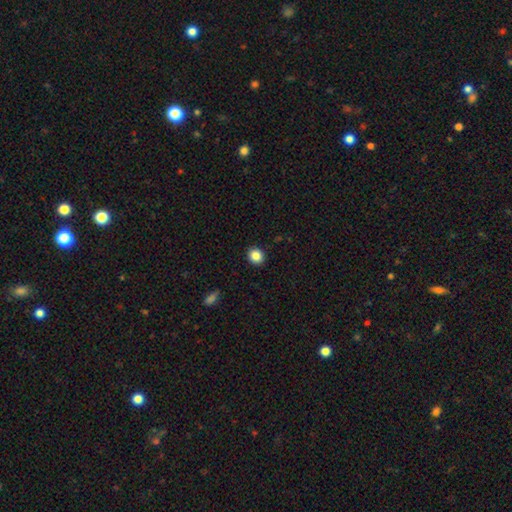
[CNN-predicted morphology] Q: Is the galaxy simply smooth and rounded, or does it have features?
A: smooth — 86%.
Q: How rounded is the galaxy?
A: round — 80%.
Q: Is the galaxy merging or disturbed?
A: none — 92%.